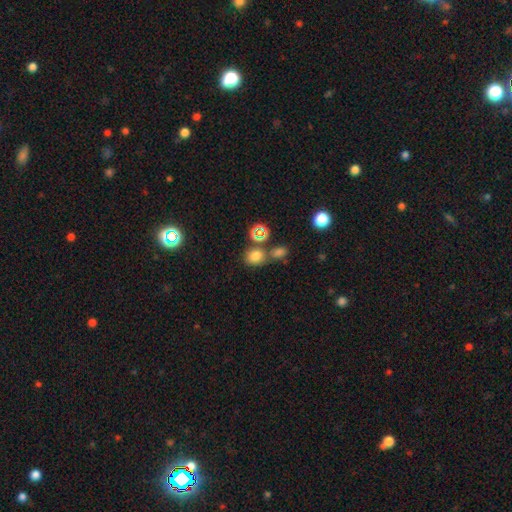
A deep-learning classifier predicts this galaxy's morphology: type=smooth (73%); roundness=round (57%); merging=none (58%).